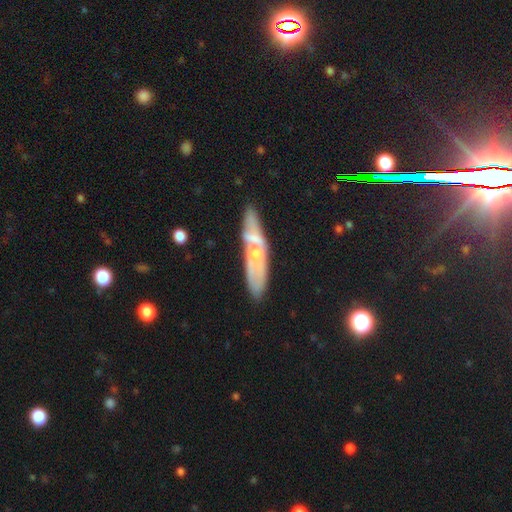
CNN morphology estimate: smooth_or_featured: featured or disk (p=0.53) [alt: smooth p=0.38]
disk_edge_on: no (p=0.54) [alt: yes p=0.46]
merging: none (p=0.65) [alt: minor disturbance p=0.17]